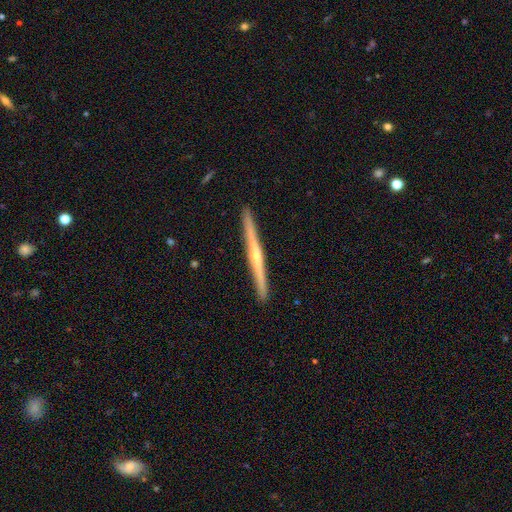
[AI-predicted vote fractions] Smooth or featured: featured or disk — 77% (smooth — 17%)
Edge-on disk: yes — 98% (no — 2%)
Edge-on bulge: rounded — 75% (none — 21%)
Merging: none — 93% (minor disturbance — 5%)